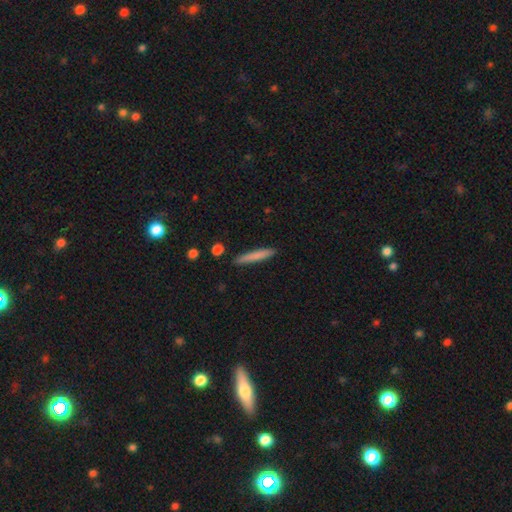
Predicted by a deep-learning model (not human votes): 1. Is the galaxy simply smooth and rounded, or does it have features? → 78% smooth, 17% featured or disk, 6% star or artifact.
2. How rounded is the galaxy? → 95% cigar-shaped, 4% in between, 1% round.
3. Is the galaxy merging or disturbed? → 89% none, 8% minor disturbance, 2% merger, 2% major disturbance.